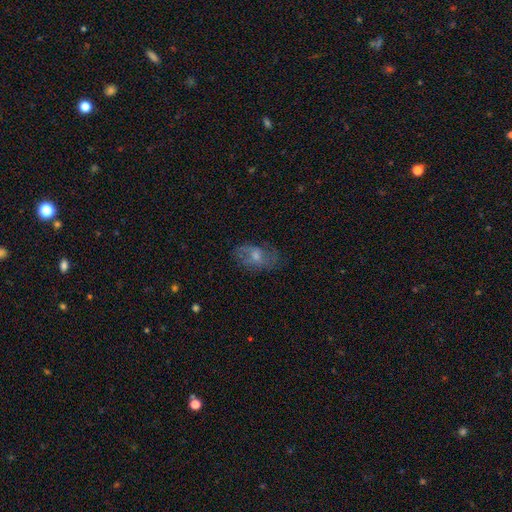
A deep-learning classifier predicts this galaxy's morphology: smooth-or-featured: featured or disk: 52% | smooth: 36% | star or artifact: 12%
  disk-edge-on: no: 92% | yes: 8%
  merging: none: 72% | minor disturbance: 19% | major disturbance: 8% | merger: 1%